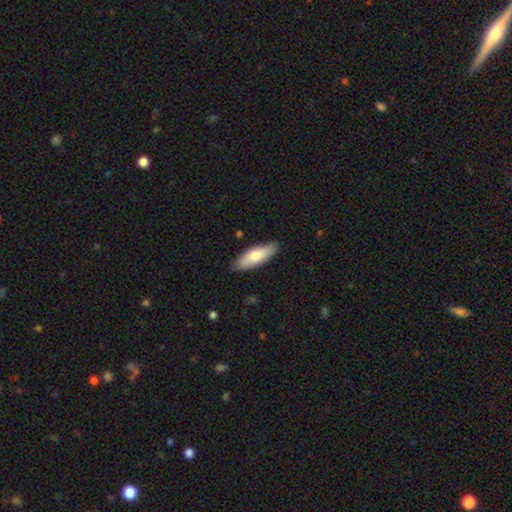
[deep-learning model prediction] Smooth or featured? smooth (74%)
How rounded? in between (62%)
Merging? none (85%)